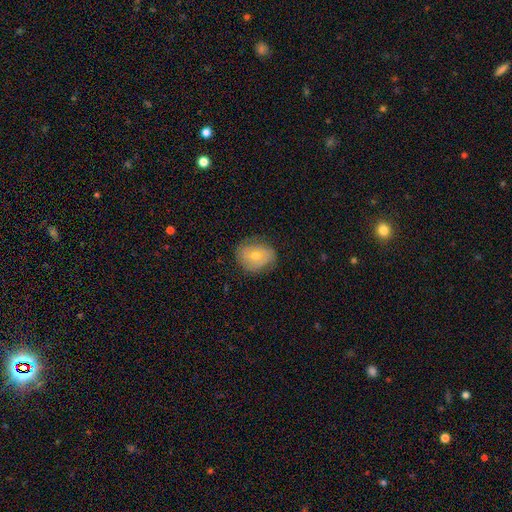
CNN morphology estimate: This is possibly a smooth galaxy (45%, tied with featured or disk). Merging: likely none (75%).